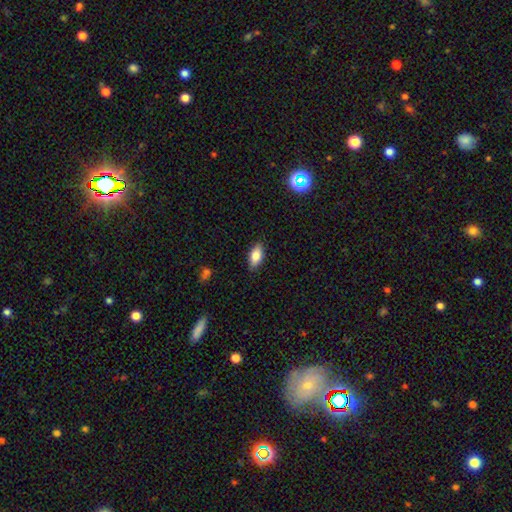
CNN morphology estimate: This is likely a smooth galaxy (80%). How rounded: clearly in between (87%). Merging: clearly none (86%).